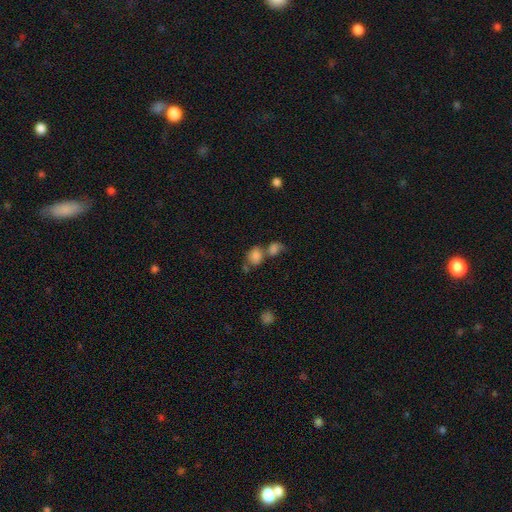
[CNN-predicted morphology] smooth-or-featured: smooth: 80% | star or artifact: 11% | featured or disk: 9%
  how-rounded: in between: 54% | round: 45% | cigar-shaped: 1%
  merging: merger: 50% | none: 33% | minor disturbance: 11% | major disturbance: 6%